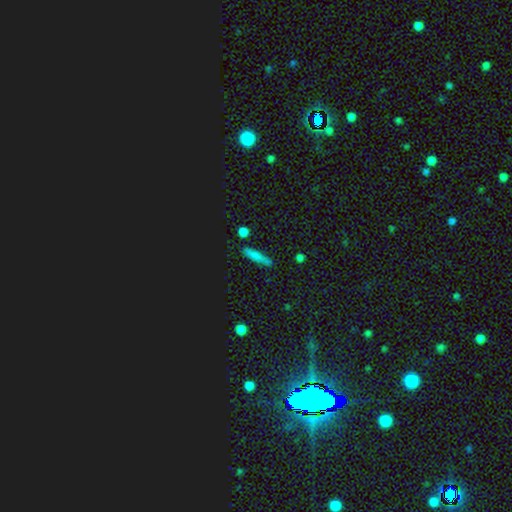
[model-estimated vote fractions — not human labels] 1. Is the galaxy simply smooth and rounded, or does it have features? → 71% smooth, 15% star or artifact, 14% featured or disk.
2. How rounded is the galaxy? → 84% cigar-shaped, 12% in between, 4% round.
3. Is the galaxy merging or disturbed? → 82% none, 12% minor disturbance, 4% merger, 3% major disturbance.